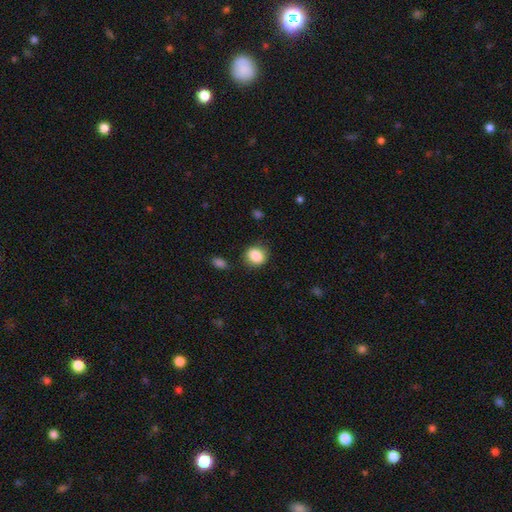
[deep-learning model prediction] smooth_or_featured: smooth (p=0.87) [alt: star or artifact p=0.09]
how_rounded: round (p=0.65) [alt: in between p=0.34]
merging: none (p=0.82) [alt: minor disturbance p=0.13]